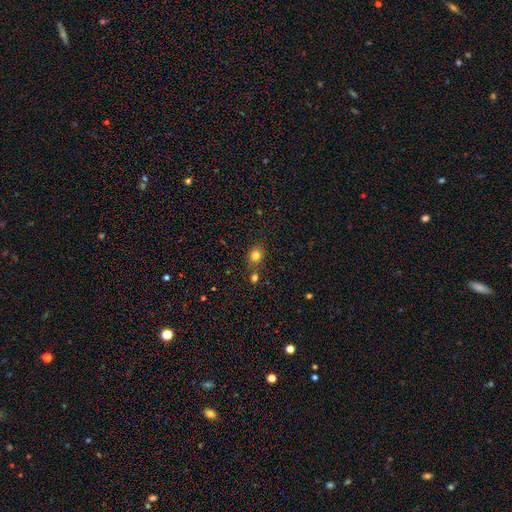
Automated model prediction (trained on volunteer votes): Q: Smooth or featured?
A: smooth (80%); runner-up: star or artifact (13%)
Q: How rounded?
A: round (70%); runner-up: in between (29%)
Q: Merging?
A: none (66%); runner-up: merger (18%)